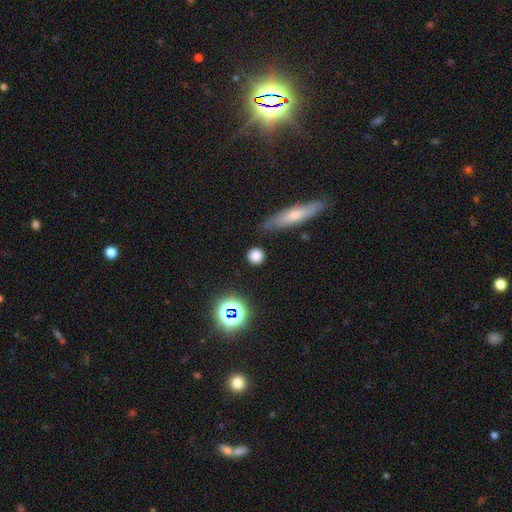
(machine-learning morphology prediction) A smooth galaxy with no disk features (79%) that is round (90%). Merging: none (85%).